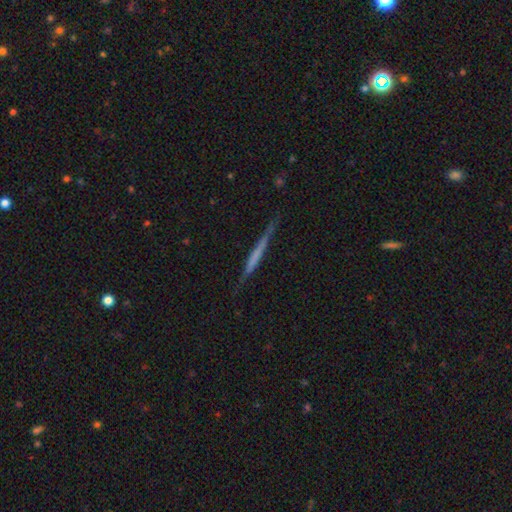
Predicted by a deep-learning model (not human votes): Morphology: type=featured or disk (54%); edge-on=yes (96%); edge-on bulge=none (82%); merging=none (82%).